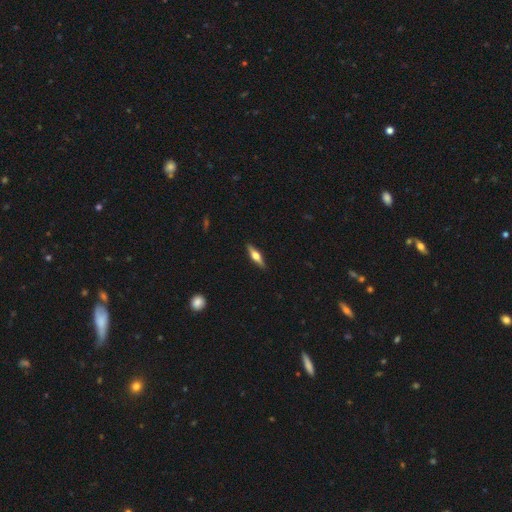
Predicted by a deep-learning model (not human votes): Q: Smooth or featured?
A: featured or disk (63%); runner-up: smooth (31%)
Q: Edge-on disk?
A: yes (96%); runner-up: no (4%)
Q: Edge-on bulge?
A: rounded (93%); runner-up: boxy (5%)
Q: Merging?
A: none (90%); runner-up: minor disturbance (7%)